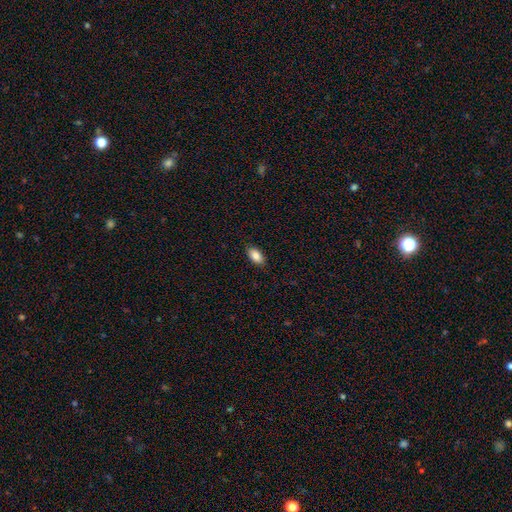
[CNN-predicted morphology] type=smooth (86%); roundness=in between (92%); merging=none (89%).